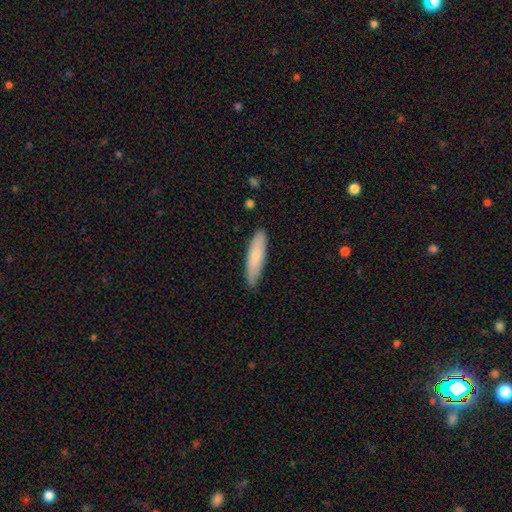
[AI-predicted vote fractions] A smooth galaxy with no disk features (77%) that is cigar-shaped (75%).

Vote fractions:
- Smooth or featured? smooth: 77% / featured or disk: 17% / star or artifact: 6%
- How rounded? cigar-shaped: 75% / in between: 24% / round: 1%
- Merging? none: 86% / minor disturbance: 11% / major disturbance: 2% / merger: 1%